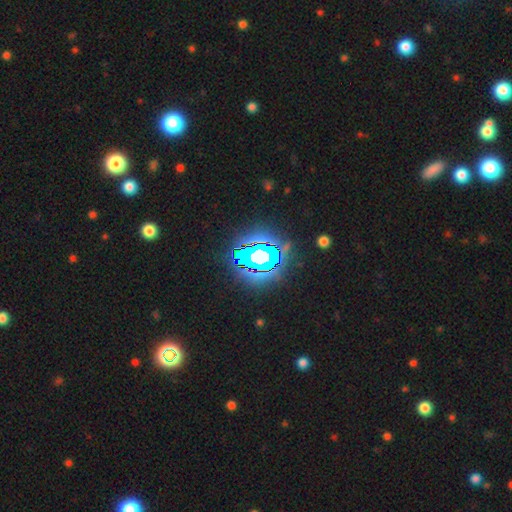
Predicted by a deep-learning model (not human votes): smooth-or-featured: star or artifact: 83% | smooth: 10% | featured or disk: 7%